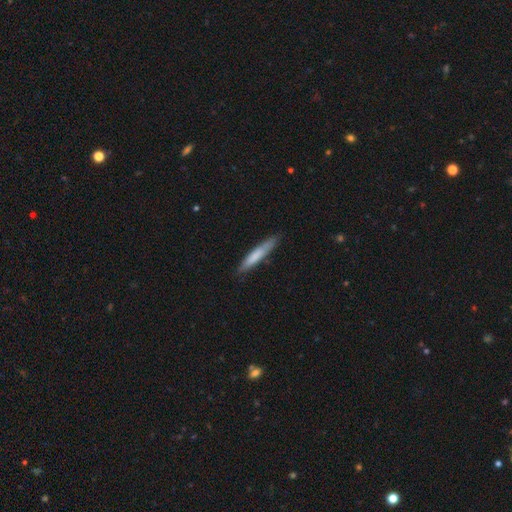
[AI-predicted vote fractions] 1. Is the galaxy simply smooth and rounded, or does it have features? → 73% smooth, 21% featured or disk, 6% star or artifact.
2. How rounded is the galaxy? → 91% cigar-shaped, 7% in between, 1% round.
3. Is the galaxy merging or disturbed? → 81% none, 15% minor disturbance, 2% major disturbance, 2% merger.